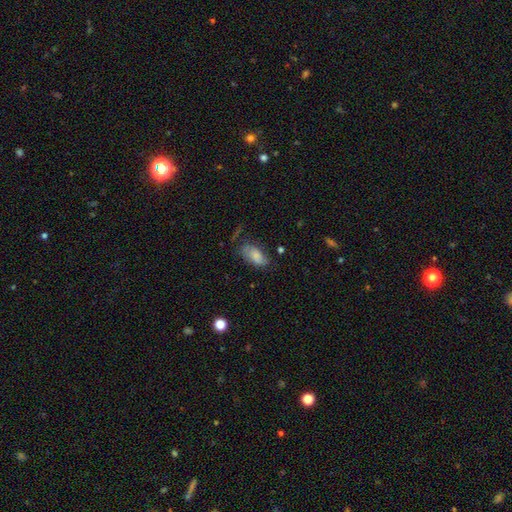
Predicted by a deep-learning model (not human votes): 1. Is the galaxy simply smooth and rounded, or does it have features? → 70% smooth, 22% featured or disk, 8% star or artifact.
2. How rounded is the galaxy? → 92% in between, 4% cigar-shaped, 4% round.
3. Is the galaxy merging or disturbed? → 53% none, 30% minor disturbance, 14% major disturbance, 3% merger.